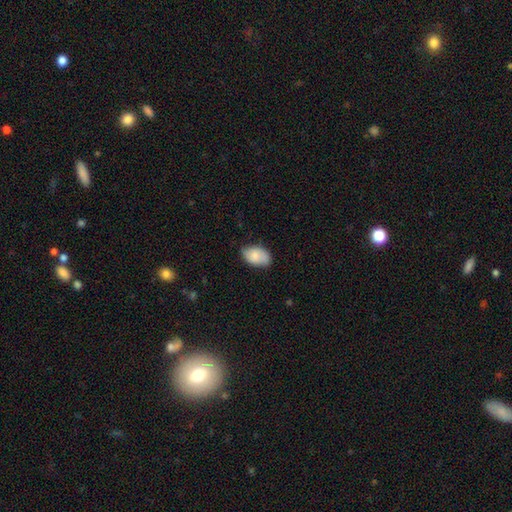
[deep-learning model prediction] smooth-or-featured: smooth: 78% | featured or disk: 16% | star or artifact: 7%
  how-rounded: in between: 91% | round: 8% | cigar-shaped: 1%
  merging: none: 67% | minor disturbance: 27% | major disturbance: 4% | merger: 1%